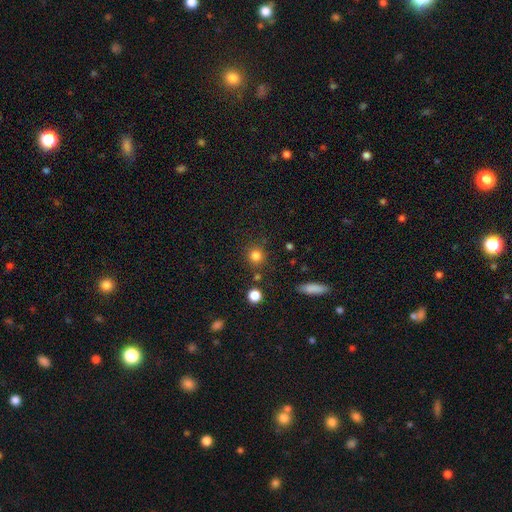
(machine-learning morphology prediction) The model was most divided on "smooth or featured": smooth: 82%, star or artifact: 13%, featured or disk: 5%. More confident: how rounded — round (90%); merging — none (82%).